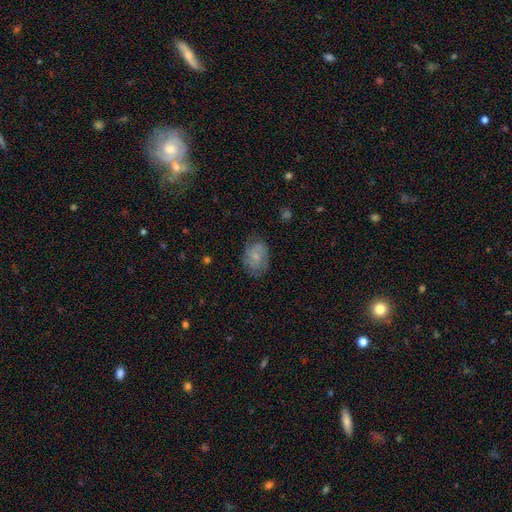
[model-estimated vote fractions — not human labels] Q: Smooth or featured?
A: smooth (56%); runner-up: featured or disk (36%)
Q: How rounded?
A: in between (75%); runner-up: round (24%)
Q: Merging?
A: none (70%); runner-up: minor disturbance (22%)